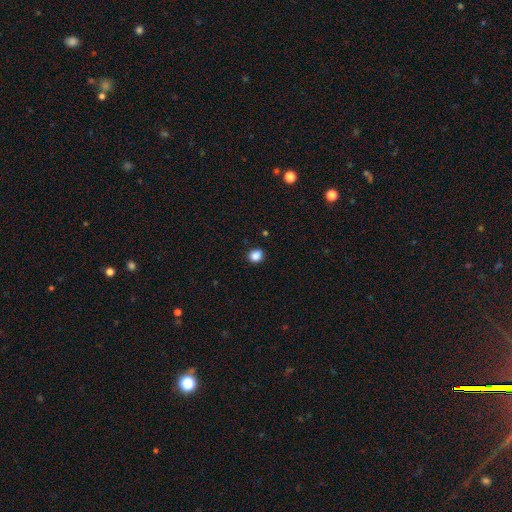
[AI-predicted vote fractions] Morphology: type=smooth (87%); roundness=round (71%); merging=none (87%).